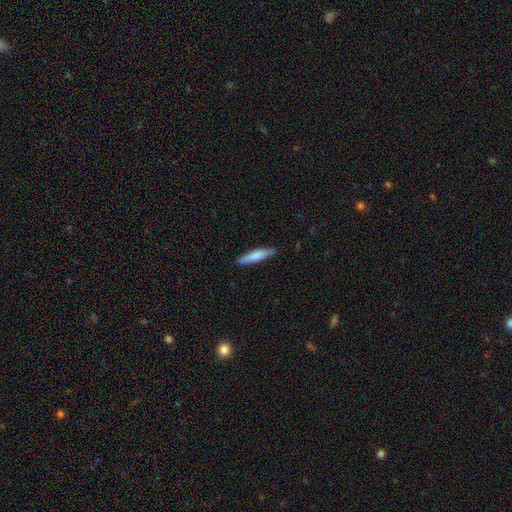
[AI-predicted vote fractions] Smooth or featured: smooth — 75% (featured or disk — 20%)
How rounded: cigar-shaped — 85% (in between — 13%)
Merging: none — 88% (minor disturbance — 9%)